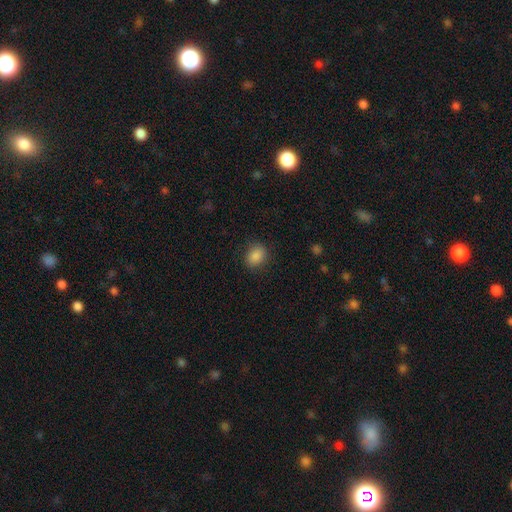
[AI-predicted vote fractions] A smooth galaxy with no disk features (86%) that is in between round and cigar-shaped (52%). Merging: none (85%).